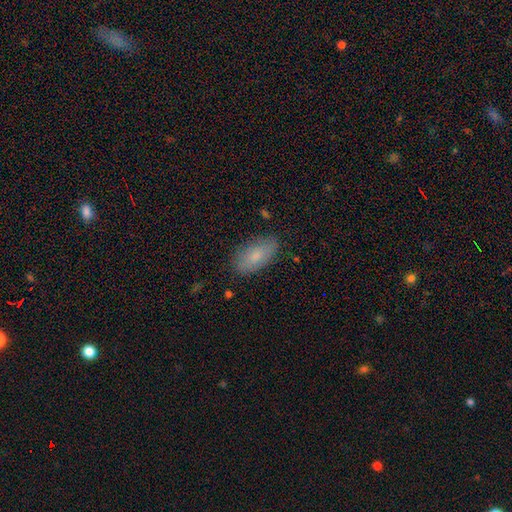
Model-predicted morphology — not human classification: A smooth galaxy with no disk features (79%) that is in between round and cigar-shaped (91%).

Vote fractions:
- Smooth or featured? smooth: 79% / featured or disk: 14% / star or artifact: 7%
- How rounded? in between: 91% / cigar-shaped: 6% / round: 3%
- Merging? none: 82% / minor disturbance: 14% / major disturbance: 3% / merger: 1%